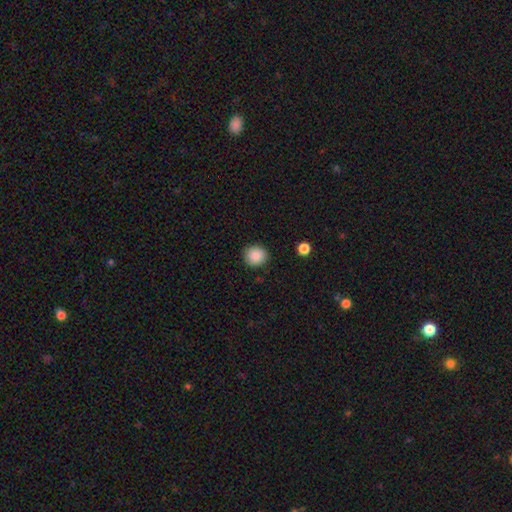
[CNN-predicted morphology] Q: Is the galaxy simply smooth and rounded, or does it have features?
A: smooth — 88%.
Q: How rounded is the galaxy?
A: round — 91%.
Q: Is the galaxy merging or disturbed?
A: none — 90%.